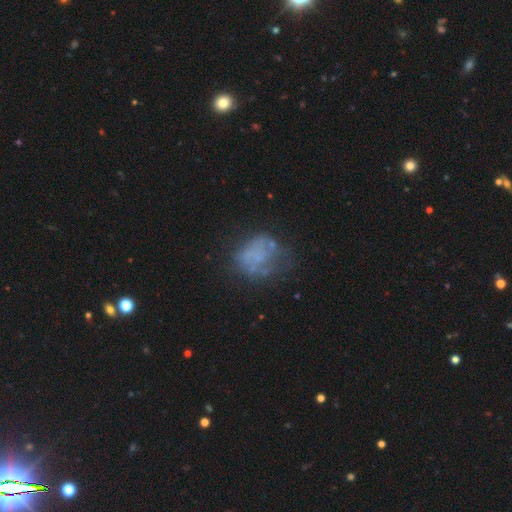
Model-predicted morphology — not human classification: featured or disk 47%, smooth 37%, star or artifact 16%. Down the decision tree: merging — none (46%).